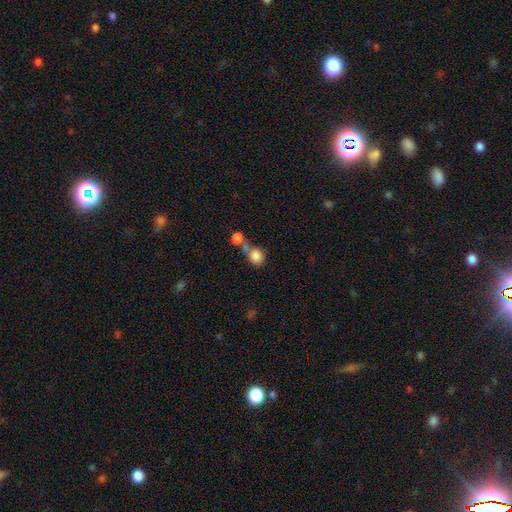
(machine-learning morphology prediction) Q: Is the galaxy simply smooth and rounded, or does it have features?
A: smooth — 84%.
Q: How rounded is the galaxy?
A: round — 65%.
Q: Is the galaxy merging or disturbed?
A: merger — 45%.